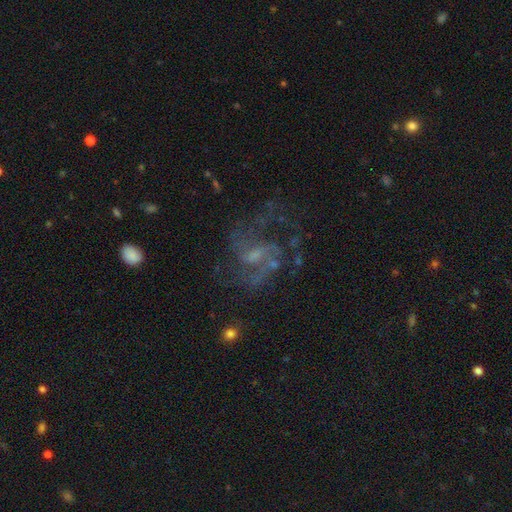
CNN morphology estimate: Smooth or featured: featured or disk — 78% (star or artifact — 12%)
Edge-on disk: no — 97% (yes — 3%)
Bar: weak — 51% (no — 36%)
Spiral arms: yes — 85% (no — 15%)
Spiral winding: medium — 46% (loose — 41%)
Spiral arm count: 2 — 50% (can't tell — 22%)
Bulge size: small — 42% (moderate — 28%)
Merging: none — 49% (major disturbance — 30%)